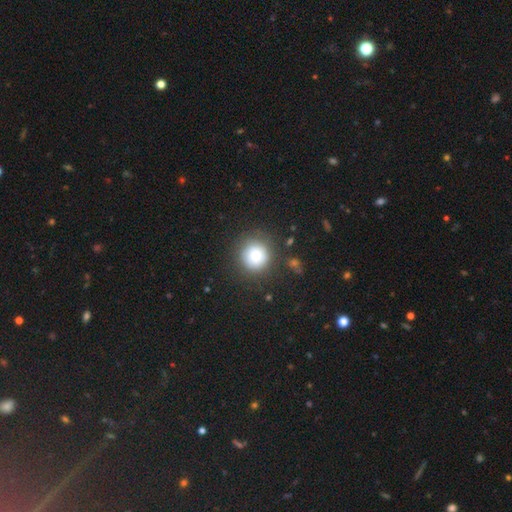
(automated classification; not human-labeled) smooth 75%, featured or disk 14%, star or artifact 11%. Down the decision tree: how rounded — round (93%); merging — none (81%).